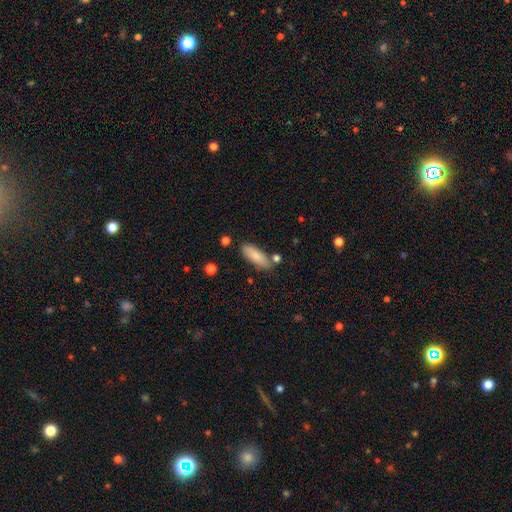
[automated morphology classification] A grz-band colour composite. It shows a smooth galaxy with no disk features (81%) that is in between round and cigar-shaped (64%). Merging: none (77%).